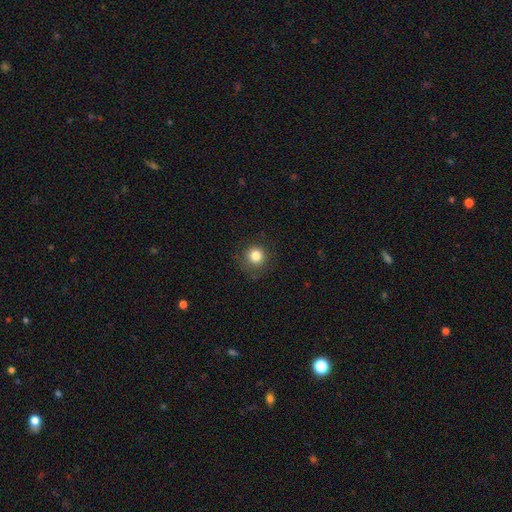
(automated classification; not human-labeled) Q: Smooth or featured?
A: smooth (82%); runner-up: star or artifact (12%)
Q: How rounded?
A: round (94%); runner-up: in between (6%)
Q: Merging?
A: none (84%); runner-up: minor disturbance (11%)